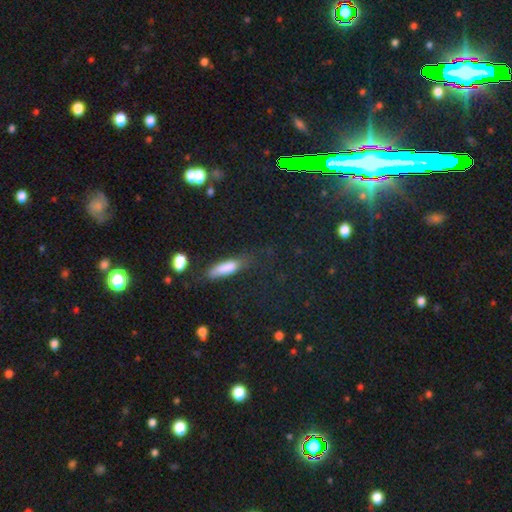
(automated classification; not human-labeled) Smooth or featured? star or artifact (58%)